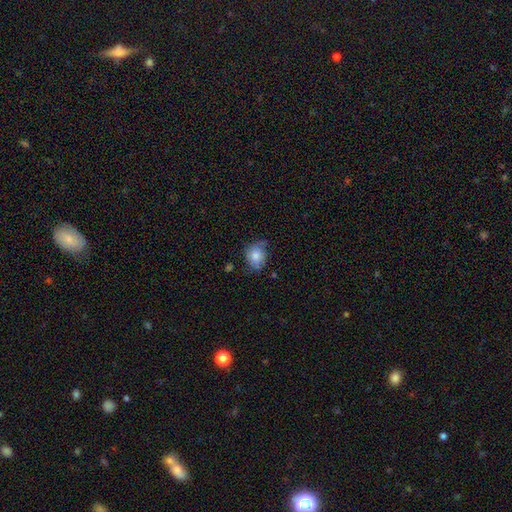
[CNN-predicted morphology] Smooth or featured? smooth (79%)
How rounded? round (53%)
Merging? none (56%)